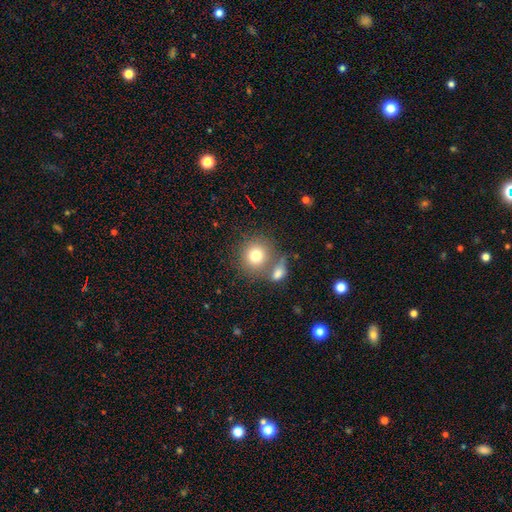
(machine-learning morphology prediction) A smooth galaxy with no disk features (77%) that is round (87%). Merging: none (60%).